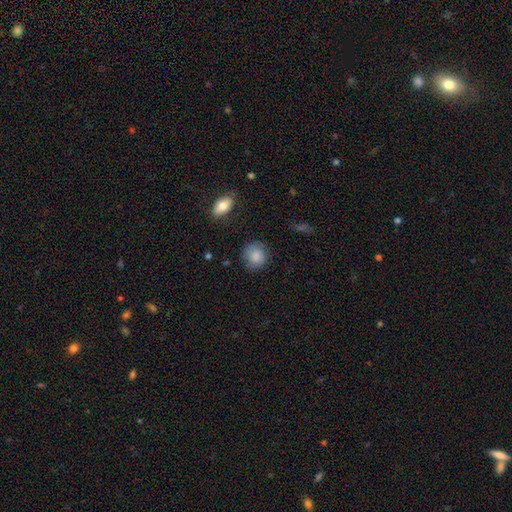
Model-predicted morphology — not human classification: A smooth galaxy with no disk features (84%) that is round (85%).

Vote fractions:
- Smooth or featured? smooth: 84% / featured or disk: 8% / star or artifact: 8%
- How rounded? round: 85% / in between: 14% / cigar-shaped: 1%
- Merging? none: 80% / minor disturbance: 15% / major disturbance: 4% / merger: 2%